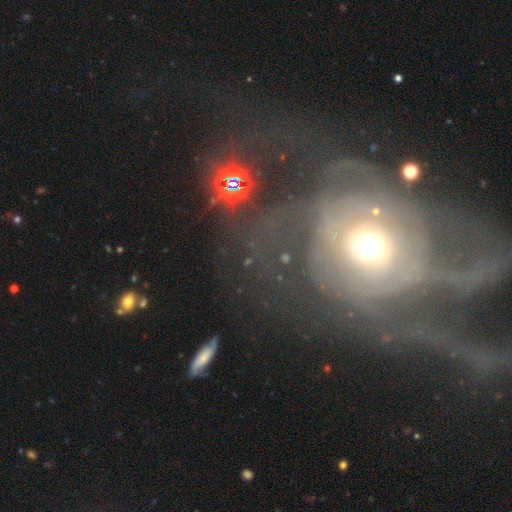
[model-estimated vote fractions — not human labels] Smooth or featured? featured or disk (67%)
Edge-on disk? no (95%)
Bar? no (80%)
Spiral arms? yes (60%)
Bulge size? moderate (66%)
Merging? major disturbance (50%)